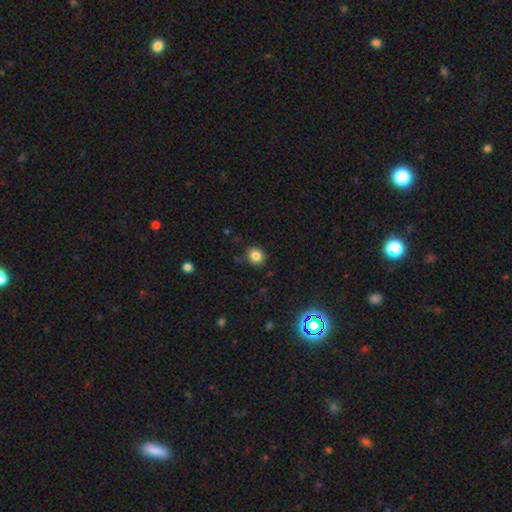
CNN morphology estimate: Q: Smooth or featured?
A: smooth (83%); runner-up: star or artifact (12%)
Q: How rounded?
A: round (80%); runner-up: in between (19%)
Q: Merging?
A: none (85%); runner-up: minor disturbance (10%)